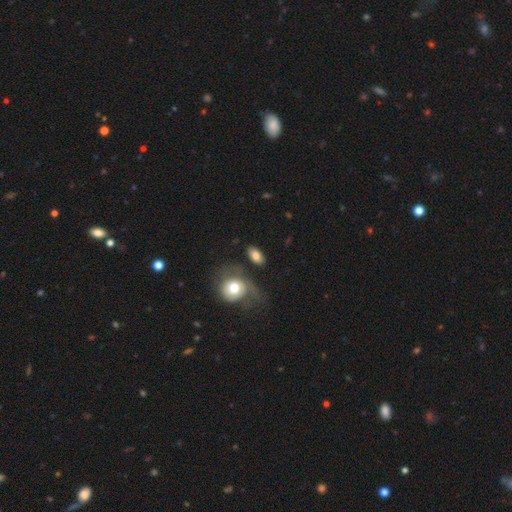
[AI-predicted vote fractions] Smooth or featured?
  - smooth: 79% *
  - featured or disk: 14%
  - star or artifact: 7%
How rounded?
  - in between: 87% *
  - round: 10%
  - cigar-shaped: 3%
Merging?
  - none: 69% *
  - minor disturbance: 14%
  - merger: 9%
  - major disturbance: 8%